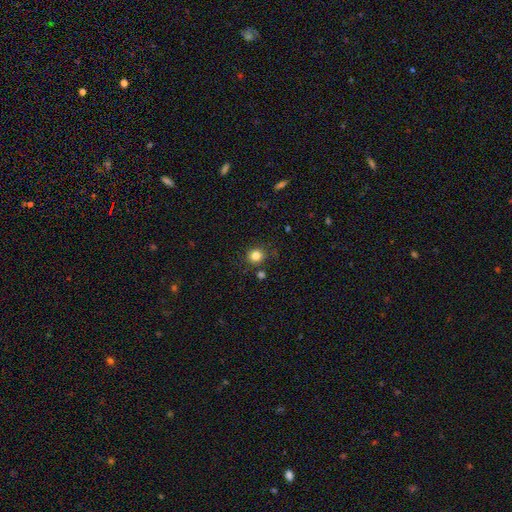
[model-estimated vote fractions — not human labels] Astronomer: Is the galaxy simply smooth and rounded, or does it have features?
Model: smooth — 83%.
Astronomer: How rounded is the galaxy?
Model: round — 90%.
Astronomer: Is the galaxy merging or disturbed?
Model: none — 85%.